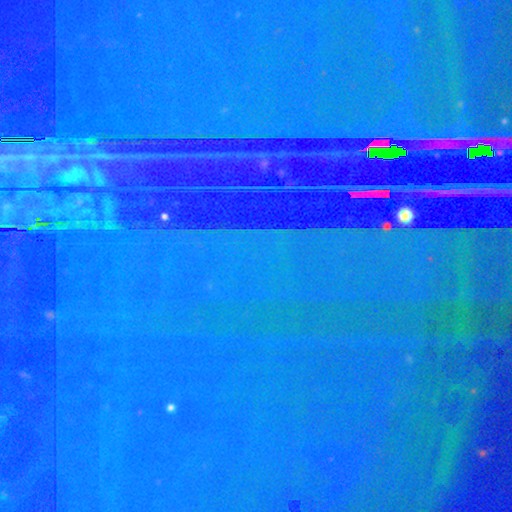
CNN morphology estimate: smooth-or-featured: star or artifact: 87% | featured or disk: 7% | smooth: 6%